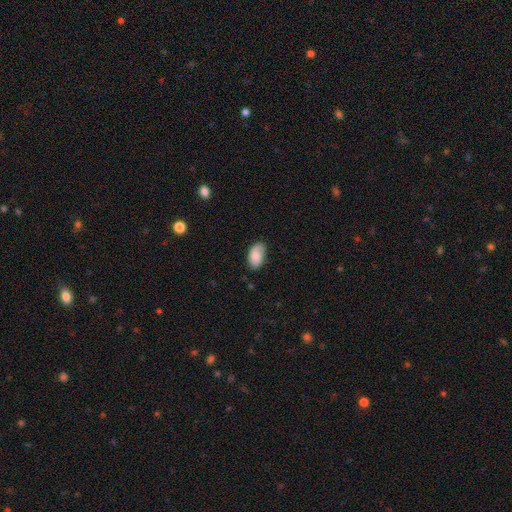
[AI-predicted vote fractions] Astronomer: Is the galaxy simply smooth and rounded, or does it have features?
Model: smooth — 80%.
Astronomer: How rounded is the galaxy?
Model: in between — 94%.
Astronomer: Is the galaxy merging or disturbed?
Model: none — 71%.